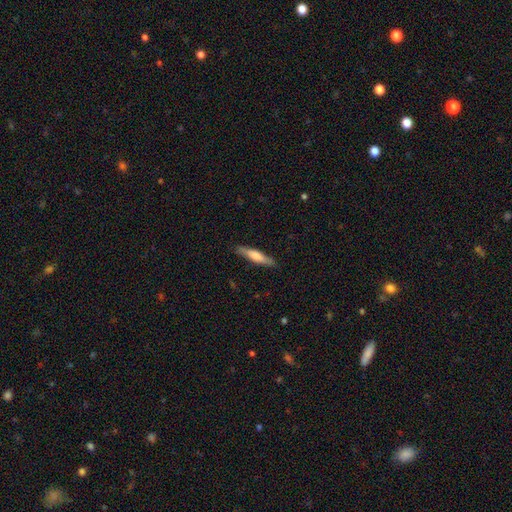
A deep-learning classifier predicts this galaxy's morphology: Q: Smooth or featured?
A: smooth (62%); runner-up: featured or disk (33%)
Q: How rounded?
A: cigar-shaped (86%); runner-up: in between (12%)
Q: Merging?
A: none (86%); runner-up: minor disturbance (11%)